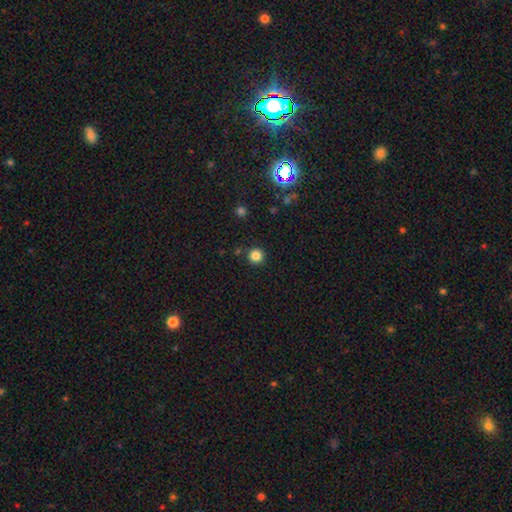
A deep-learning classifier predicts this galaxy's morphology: Smooth or featured? smooth (83%)
How rounded? round (95%)
Merging? none (90%)